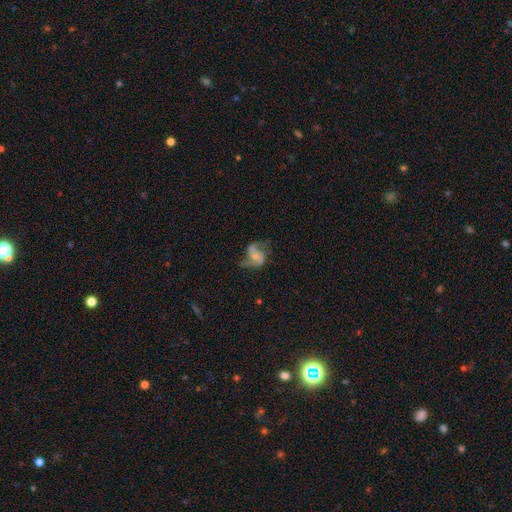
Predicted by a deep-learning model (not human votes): Smooth or featured? Predicted: featured or disk (p=0.72). Edge-on disk? Predicted: no (p=0.97). Bar? Predicted: no (p=0.44). Spiral arms? Predicted: yes (p=0.87). Spiral winding? Predicted: loose (p=0.57). Spiral arm count? Predicted: 2 (p=0.85). Bulge size? Predicted: small (p=0.49). Merging? Predicted: none (p=0.50).